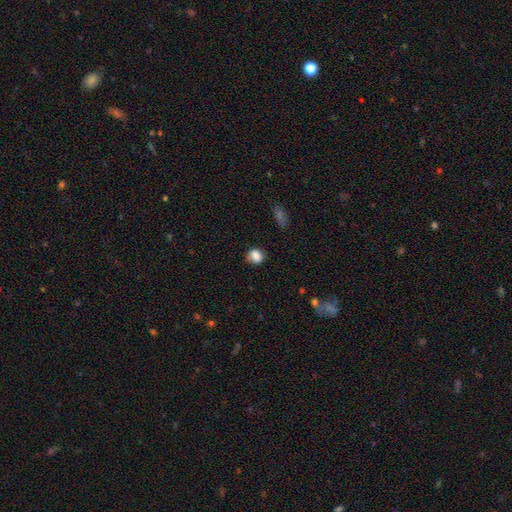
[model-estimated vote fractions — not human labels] Smooth or featured: smooth — 84% (star or artifact — 9%)
How rounded: round — 64% (in between — 35%)
Merging: none — 70% (minor disturbance — 22%)